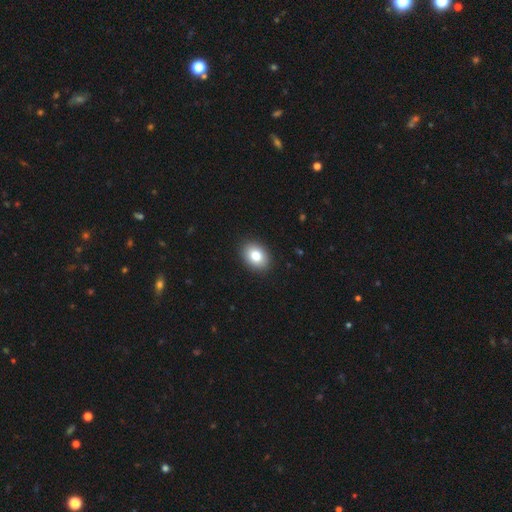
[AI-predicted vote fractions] This is clearly a smooth galaxy (83%). How rounded: likely in between (73%). Merging: clearly none (90%).